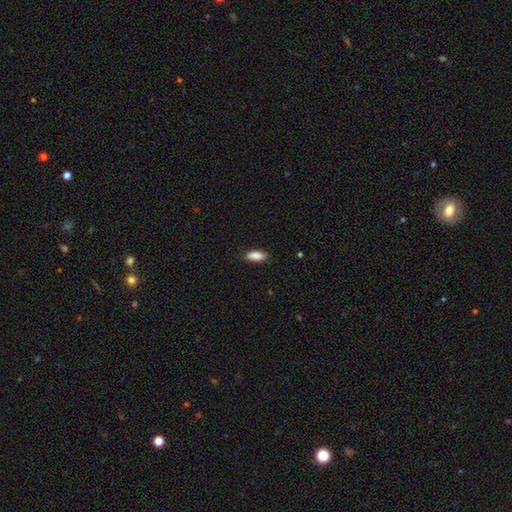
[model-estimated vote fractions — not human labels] A smooth galaxy with no disk features (88%) that is in between round and cigar-shaped (82%).

Vote fractions:
- Smooth or featured? smooth: 88% / star or artifact: 6% / featured or disk: 5%
- How rounded? in between: 82% / cigar-shaped: 16% / round: 2%
- Merging? none: 84% / minor disturbance: 13% / major disturbance: 2% / merger: 1%